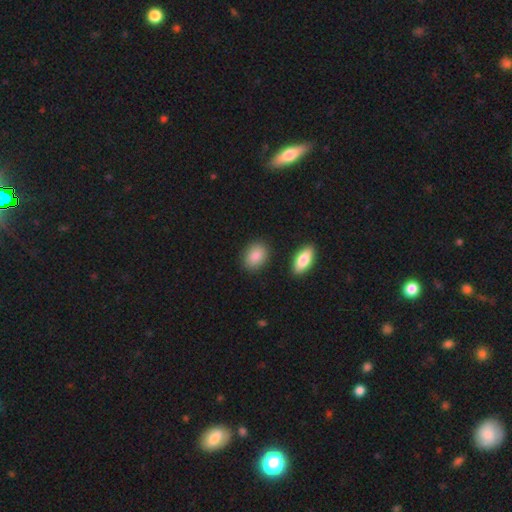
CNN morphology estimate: Smooth or featured?
  - smooth: 87% *
  - star or artifact: 7%
  - featured or disk: 6%
How rounded?
  - in between: 70% *
  - round: 28%
  - cigar-shaped: 2%
Merging?
  - none: 85% *
  - minor disturbance: 9%
  - merger: 3%
  - major disturbance: 2%